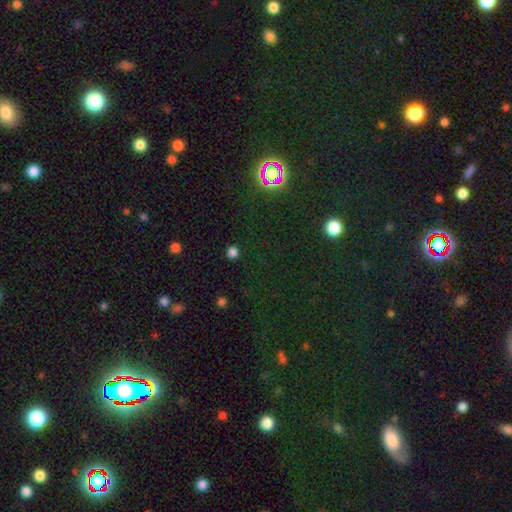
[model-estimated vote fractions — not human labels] This is likely a star or artifact rather than a galaxy (73%).